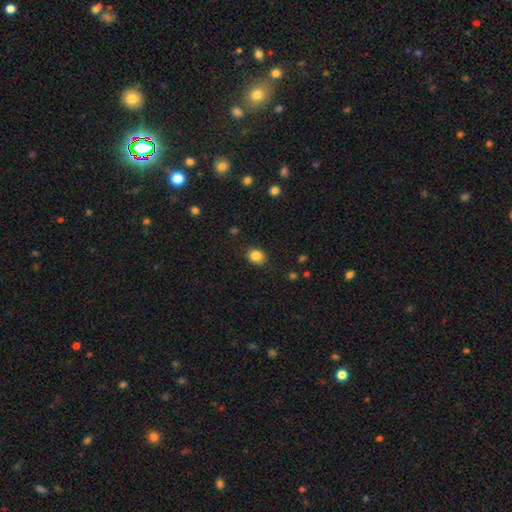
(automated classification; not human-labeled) Smooth or featured: smooth — 85% (star or artifact — 10%)
How rounded: round — 50% (in between — 49%)
Merging: none — 84% (minor disturbance — 12%)